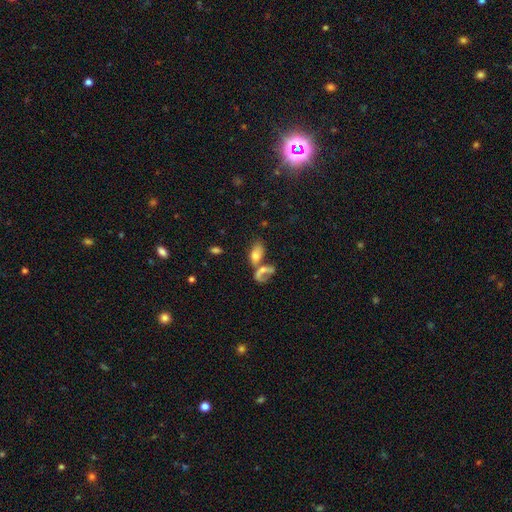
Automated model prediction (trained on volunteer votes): Smooth or featured?
  - smooth: 65% *
  - featured or disk: 25%
  - star or artifact: 10%
How rounded?
  - in between: 86% *
  - cigar-shaped: 8%
  - round: 6%
Merging?
  - merger: 54% *
  - none: 25%
  - major disturbance: 11%
  - minor disturbance: 10%